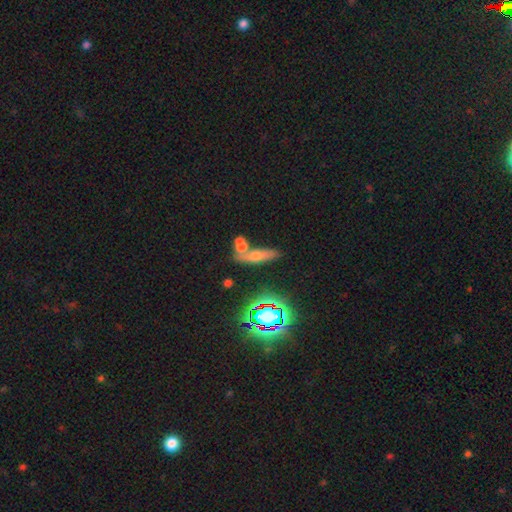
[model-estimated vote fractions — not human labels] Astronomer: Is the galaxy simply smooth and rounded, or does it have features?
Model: smooth — 50% (runner-up: featured or disk, 28%).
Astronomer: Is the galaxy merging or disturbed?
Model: none — 44% (runner-up: merger, 41%).